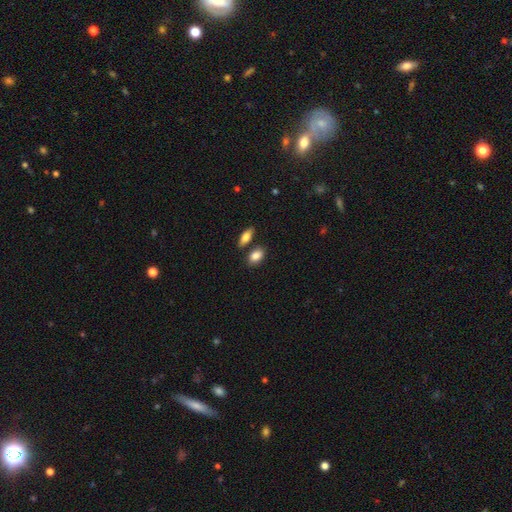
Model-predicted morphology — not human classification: This is clearly a smooth galaxy (86%). How rounded: clearly in between (87%). Merging: likely none (71%).